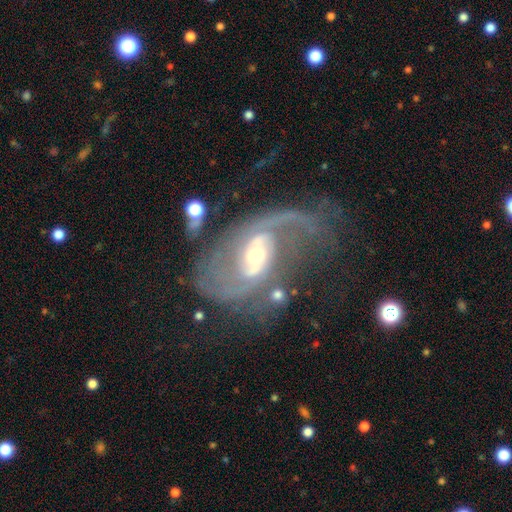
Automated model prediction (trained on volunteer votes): smooth_or_featured: featured or disk (p=0.88) [alt: star or artifact p=0.06]
disk_edge_on: no (p=0.97) [alt: yes p=0.03]
bar: weak (p=0.45) [alt: no p=0.35]
has_spiral_arms: yes (p=0.95) [alt: no p=0.05]
spiral_winding: medium (p=0.45) [alt: loose p=0.37]
spiral_arm_count: 2 (p=0.66) [alt: 1 p=0.16]
bulge_size: moderate (p=0.61) [alt: small p=0.31]
merging: none (p=0.41) [alt: major disturbance p=0.31]